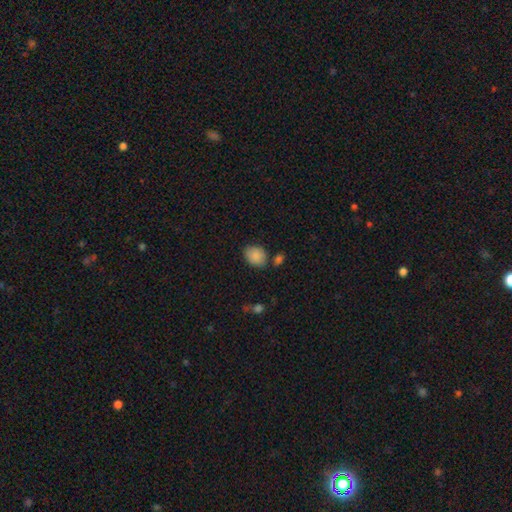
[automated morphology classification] Q: Smooth or featured?
A: smooth (88%); runner-up: star or artifact (8%)
Q: How rounded?
A: in between (57%); runner-up: round (42%)
Q: Merging?
A: none (72%); runner-up: minor disturbance (16%)